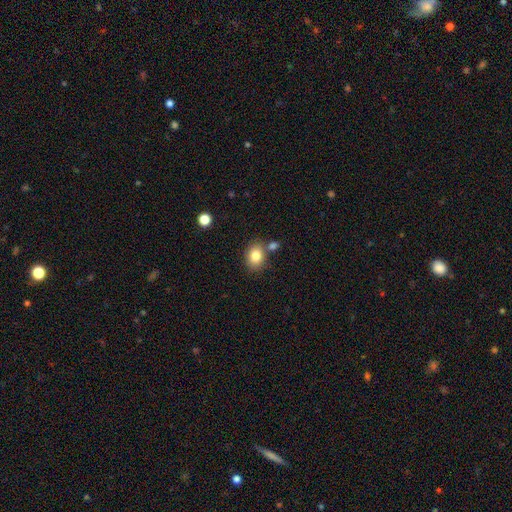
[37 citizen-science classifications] smooth-or-featured: smooth: 86% | featured or disk: 8% | star or artifact: 5%
  how-rounded: round: 50% (tied) | in between: 50% (tied) | cigar-shaped: 0%
  merging: none: 57% | merger: 26% | minor disturbance: 11% | major disturbance: 6%